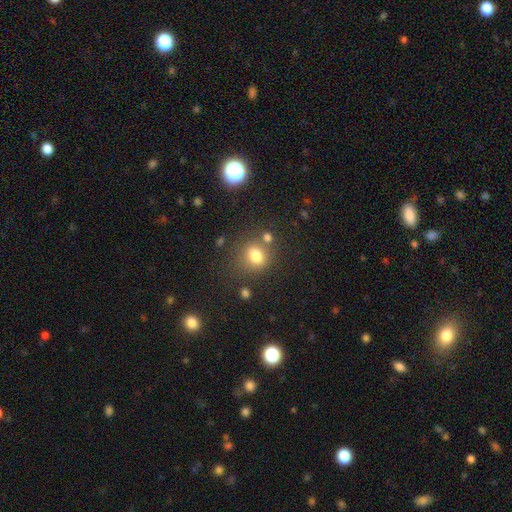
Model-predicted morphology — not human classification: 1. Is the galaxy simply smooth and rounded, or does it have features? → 77% smooth, 14% star or artifact, 9% featured or disk.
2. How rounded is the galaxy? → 66% round, 33% in between, 1% cigar-shaped.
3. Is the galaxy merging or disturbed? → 65% none, 15% merger, 14% minor disturbance, 6% major disturbance.